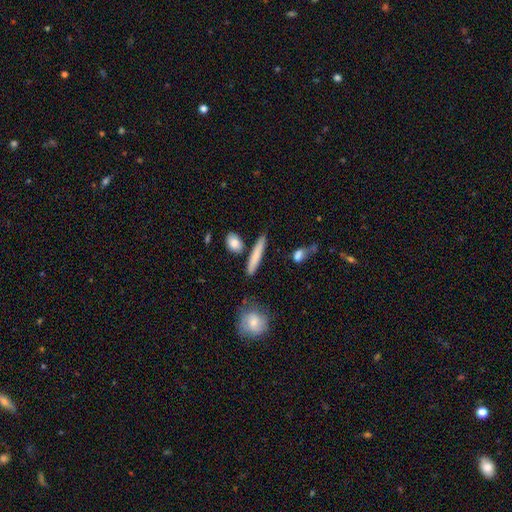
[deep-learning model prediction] A smooth galaxy with no disk features (74%) that is cigar-shaped (85%).

Vote fractions:
- Smooth or featured? smooth: 74% / featured or disk: 20% / star or artifact: 6%
- How rounded? cigar-shaped: 85% / in between: 11% / round: 4%
- Merging? none: 80% / minor disturbance: 11% / merger: 6% / major disturbance: 3%